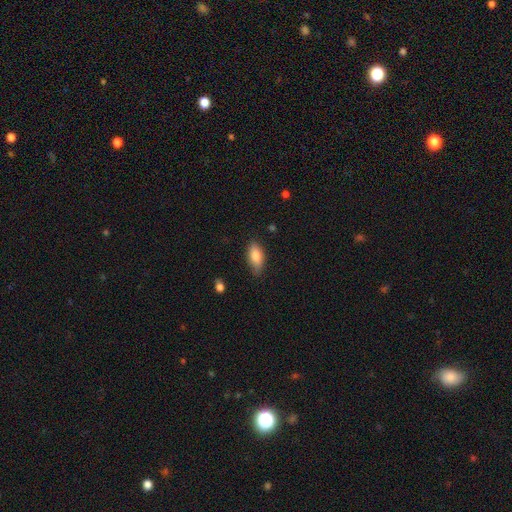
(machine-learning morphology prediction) A smooth galaxy with no disk features (82%) that is in between round and cigar-shaped (88%). Merging: none (76%).